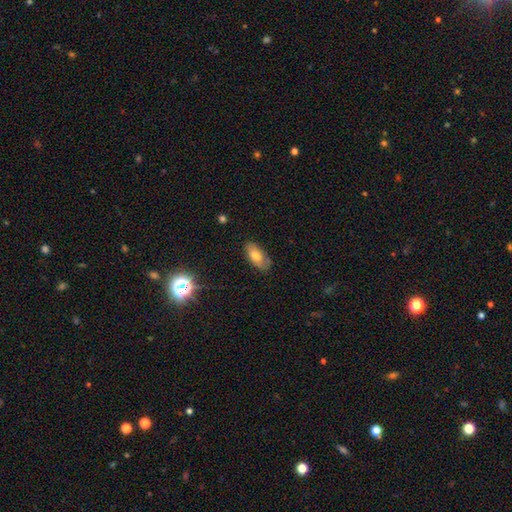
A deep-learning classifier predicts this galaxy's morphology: This is likely a smooth galaxy (67%). How rounded: clearly in between (89%). Merging: likely none (79%).